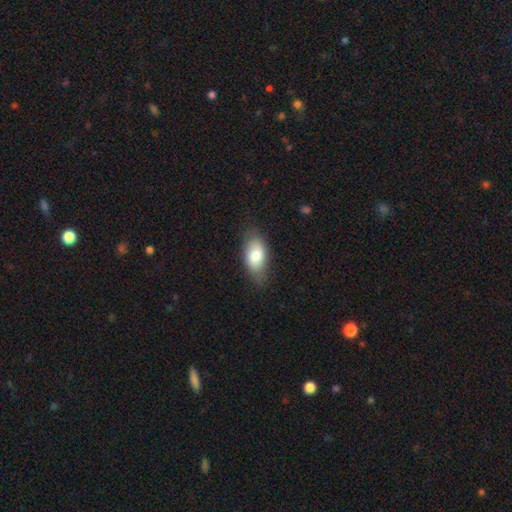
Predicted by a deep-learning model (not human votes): This is likely a smooth galaxy (78%). How rounded: clearly in between (91%). Merging: likely none (77%).